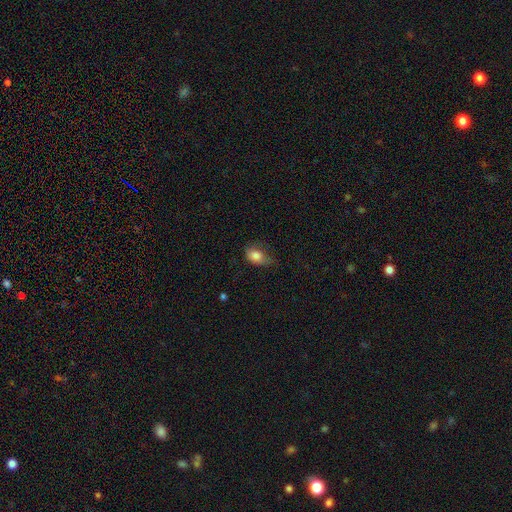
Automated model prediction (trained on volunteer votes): smooth 80%, featured or disk 11%, star or artifact 9%. Down the decision tree: how rounded — in between (77%); merging — minor disturbance (40%).